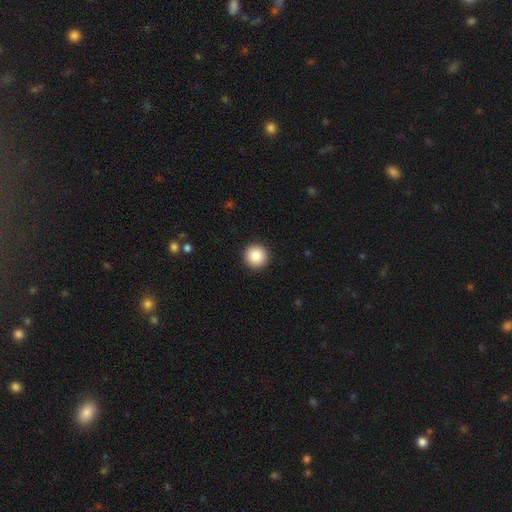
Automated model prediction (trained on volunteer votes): Q: Smooth or featured?
A: smooth (89%); runner-up: star or artifact (8%)
Q: How rounded?
A: round (96%); runner-up: in between (3%)
Q: Merging?
A: none (93%); runner-up: minor disturbance (4%)